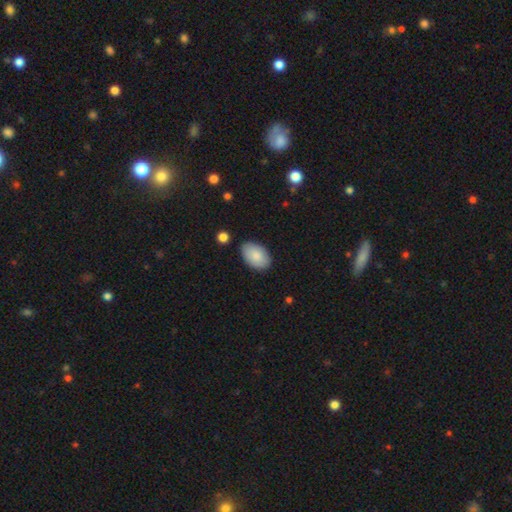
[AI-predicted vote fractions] smooth-or-featured: smooth: 86% | featured or disk: 8% | star or artifact: 6%
  how-rounded: in between: 93% | round: 6% | cigar-shaped: 1%
  merging: none: 81% | minor disturbance: 14% | major disturbance: 3% | merger: 3%